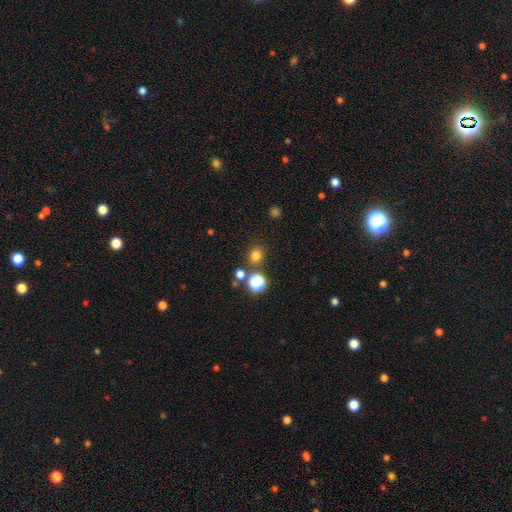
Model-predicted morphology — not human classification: This is likely a smooth galaxy (76%). How rounded: clearly round (82%). Merging: clearly none (80%).